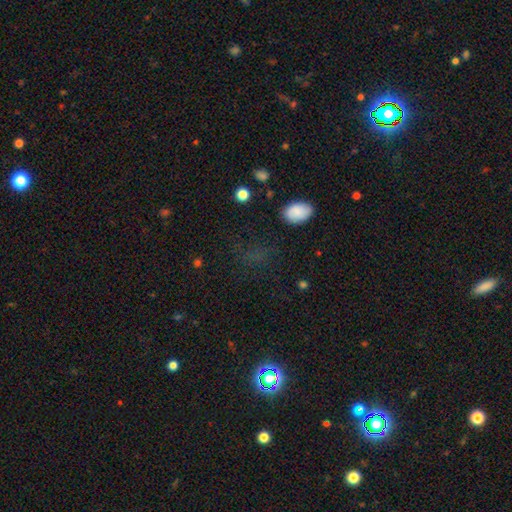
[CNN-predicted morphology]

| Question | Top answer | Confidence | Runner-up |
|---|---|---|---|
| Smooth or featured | star or artifact | 46% | smooth (43%) |